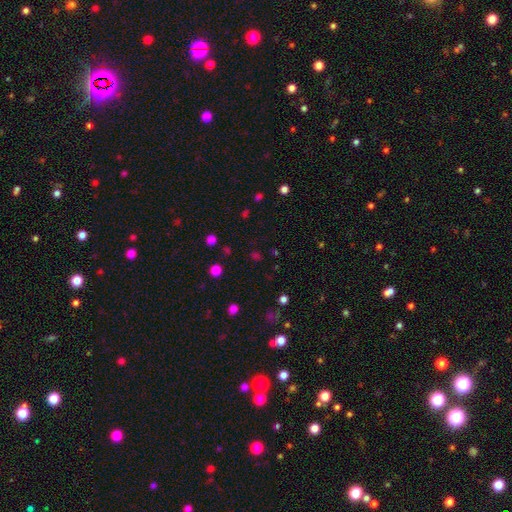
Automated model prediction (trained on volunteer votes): smooth_or_featured: smooth (p=0.47) [alt: star or artifact p=0.46]
merging: none (p=0.80) [alt: minor disturbance p=0.10]